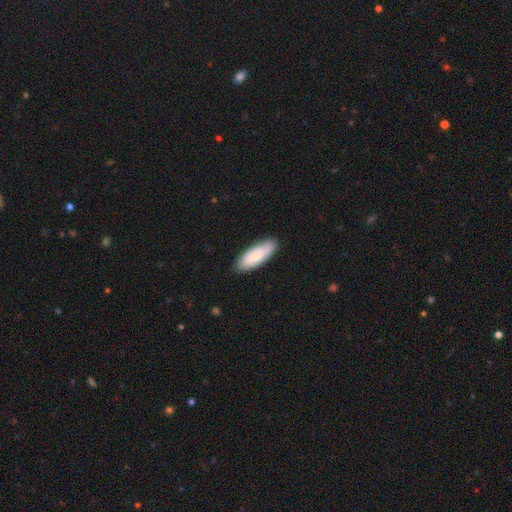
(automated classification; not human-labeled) Smooth or featured: smooth — 69% (featured or disk — 25%)
How rounded: in between — 74% (cigar-shaped — 24%)
Merging: none — 83% (minor disturbance — 14%)